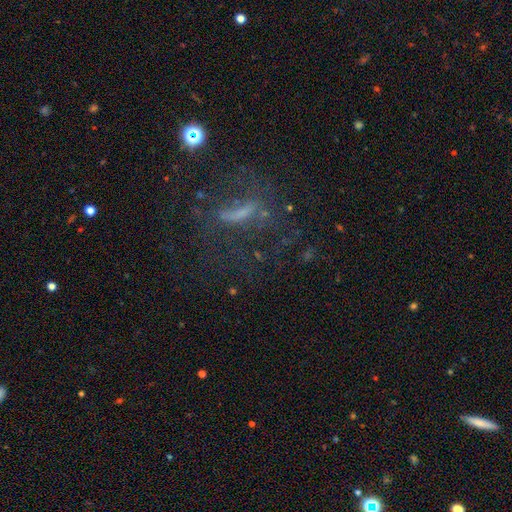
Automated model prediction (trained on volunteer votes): The model was most divided on "smooth or featured": featured or disk: 46%, star or artifact: 30%, smooth: 24%. More confident: merging — none (63%).